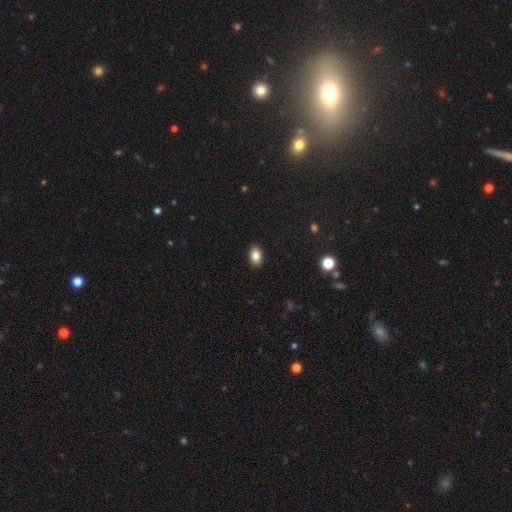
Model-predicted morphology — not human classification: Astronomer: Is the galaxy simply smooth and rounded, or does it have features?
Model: smooth — 86%.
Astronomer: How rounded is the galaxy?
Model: in between — 88%.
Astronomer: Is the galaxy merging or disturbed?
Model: none — 90%.